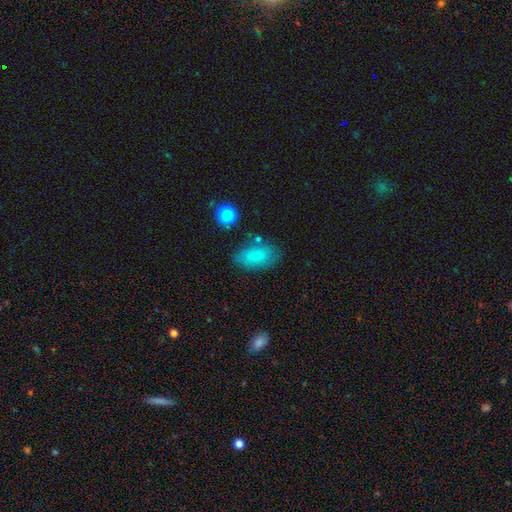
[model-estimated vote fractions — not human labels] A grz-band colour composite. It shows a smooth galaxy with no disk features (80%) that is in between round and cigar-shaped (90%). Merging: none (75%).